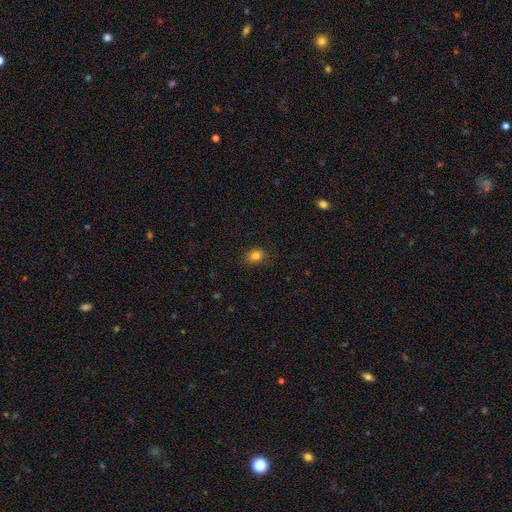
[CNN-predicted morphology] A smooth galaxy with no disk features (82%) that is round (50%). Merging: none (84%).